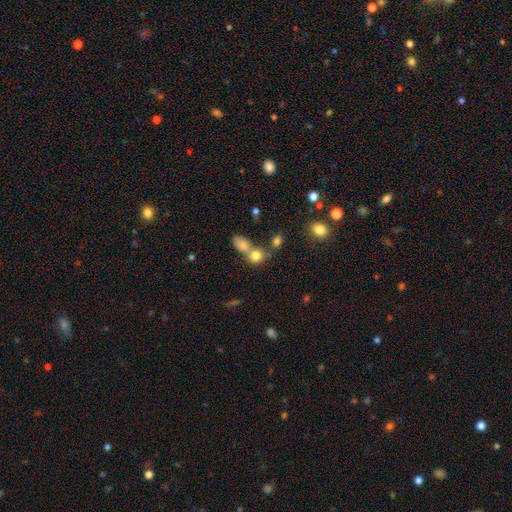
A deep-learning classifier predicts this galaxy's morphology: smooth 77%, star or artifact 13%, featured or disk 10%. Down the decision tree: how rounded — round (69%); merging — merger (49%).